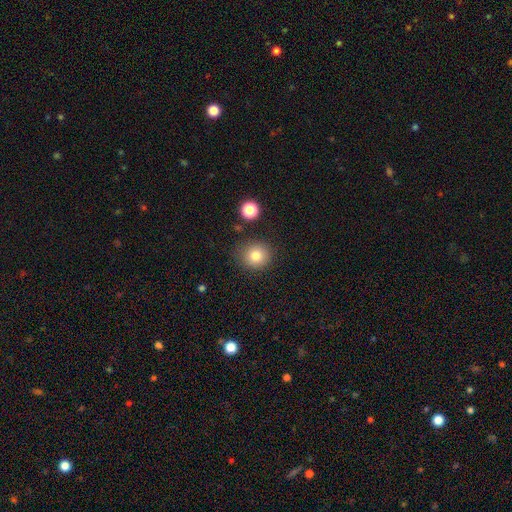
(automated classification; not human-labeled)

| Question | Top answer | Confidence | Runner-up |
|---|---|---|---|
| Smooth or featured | smooth | 82% | star or artifact (11%) |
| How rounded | round | 86% | in between (13%) |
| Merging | none | 84% | minor disturbance (10%) |